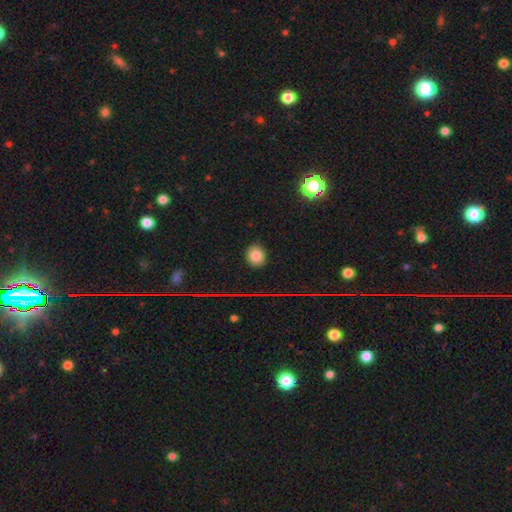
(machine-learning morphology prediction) Smooth or featured?
  - smooth: 80% *
  - star or artifact: 14%
  - featured or disk: 6%
How rounded?
  - round: 65% *
  - in between: 34%
  - cigar-shaped: 1%
Merging?
  - none: 89% *
  - minor disturbance: 8%
  - major disturbance: 2%
  - merger: 1%